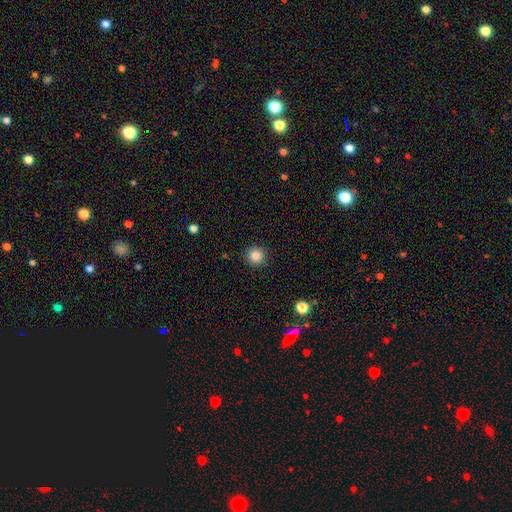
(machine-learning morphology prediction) This is clearly a smooth galaxy (85%). How rounded: clearly round (95%). Merging: clearly none (91%).